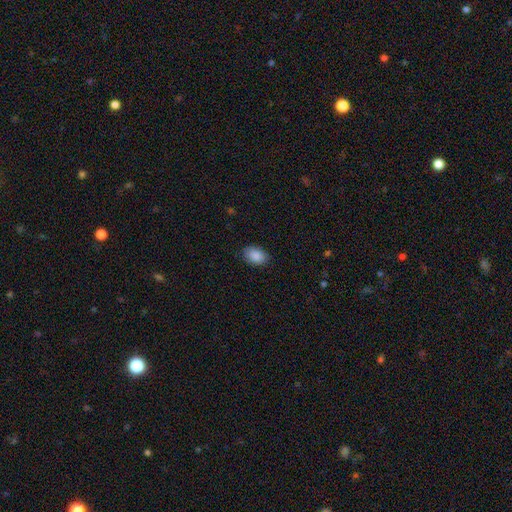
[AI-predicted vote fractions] Q: Smooth or featured?
A: smooth (89%); runner-up: star or artifact (7%)
Q: How rounded?
A: in between (89%); runner-up: round (10%)
Q: Merging?
A: none (86%); runner-up: minor disturbance (10%)